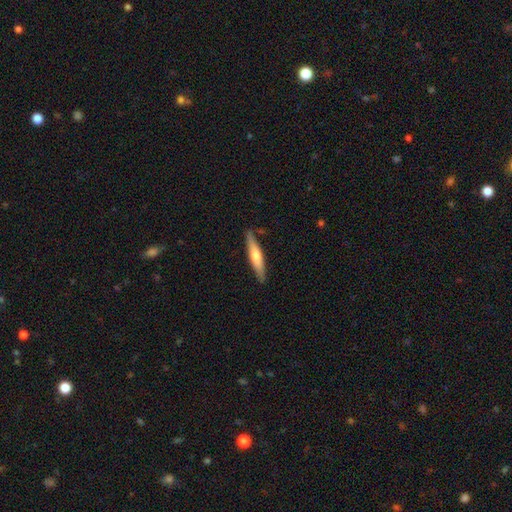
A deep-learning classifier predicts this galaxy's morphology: smooth 52%, featured or disk 43%, star or artifact 5%. Down the decision tree: how rounded — cigar-shaped (89%); merging — none (86%).